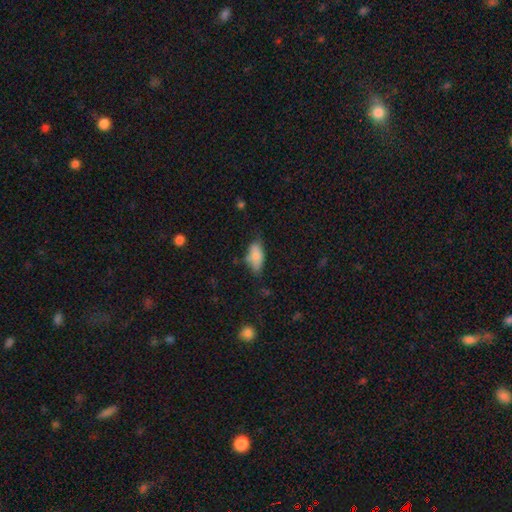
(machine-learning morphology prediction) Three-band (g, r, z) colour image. It shows a smooth galaxy with no disk features (80%) that is in between round and cigar-shaped (88%). Merging: none (56%).